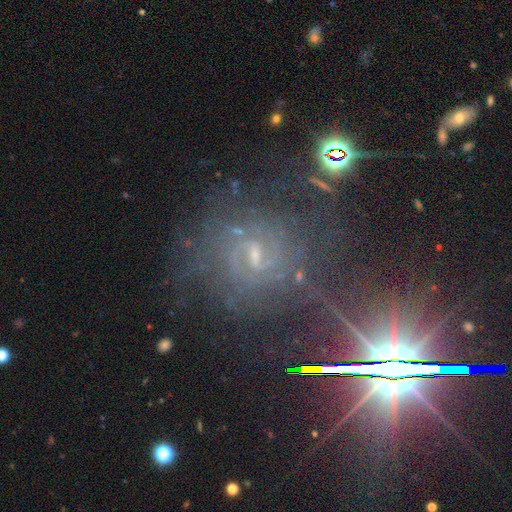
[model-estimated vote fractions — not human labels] smooth_or_featured: featured or disk (p=0.50) [alt: star or artifact p=0.38]
merging: none (p=0.71) [alt: minor disturbance p=0.15]